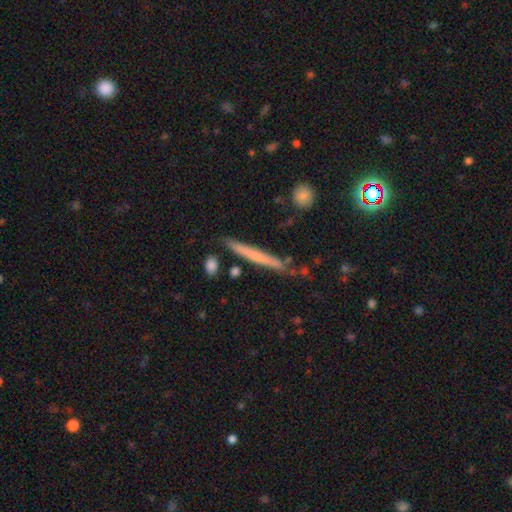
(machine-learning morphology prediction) The model was most divided on "smooth or featured": smooth: 52%, featured or disk: 41%, star or artifact: 8%. More confident: how rounded — cigar-shaped (95%); merging — none (79%).